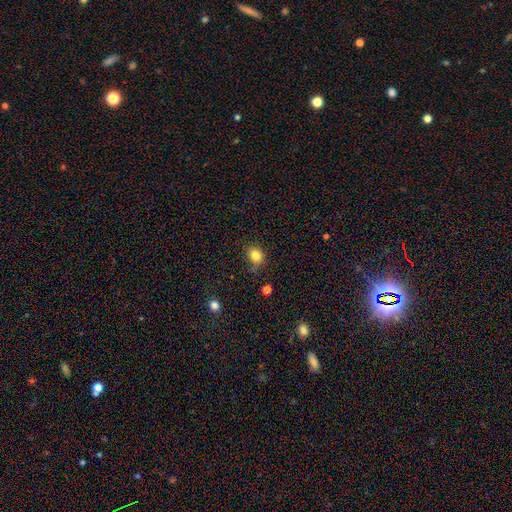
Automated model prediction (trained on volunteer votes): Q: Smooth or featured?
A: smooth (82%); runner-up: star or artifact (12%)
Q: How rounded?
A: round (59%); runner-up: in between (40%)
Q: Merging?
A: none (77%); runner-up: minor disturbance (16%)